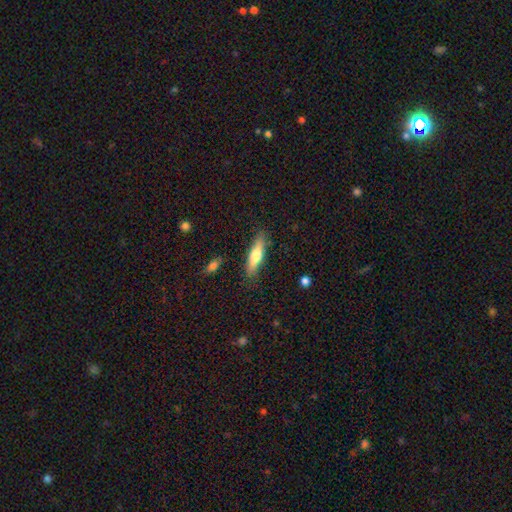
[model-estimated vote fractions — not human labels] Smooth or featured? smooth (61%)
How rounded? cigar-shaped (68%)
Merging? none (84%)